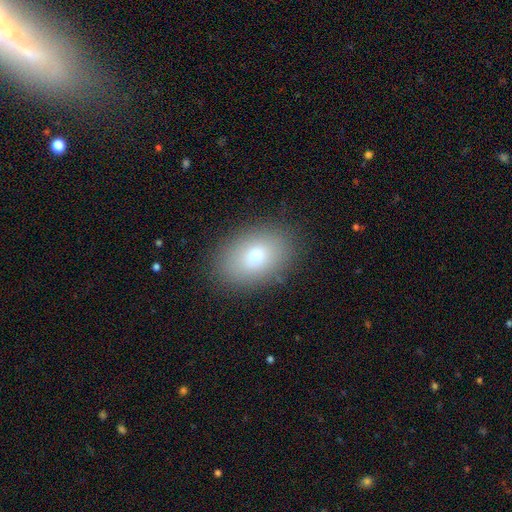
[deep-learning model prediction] Smooth or featured?
  - smooth: 73% *
  - featured or disk: 15%
  - star or artifact: 12%
How rounded?
  - in between: 76% *
  - round: 23%
  - cigar-shaped: 1%
Merging?
  - none: 86% *
  - minor disturbance: 9%
  - major disturbance: 4%
  - merger: 1%